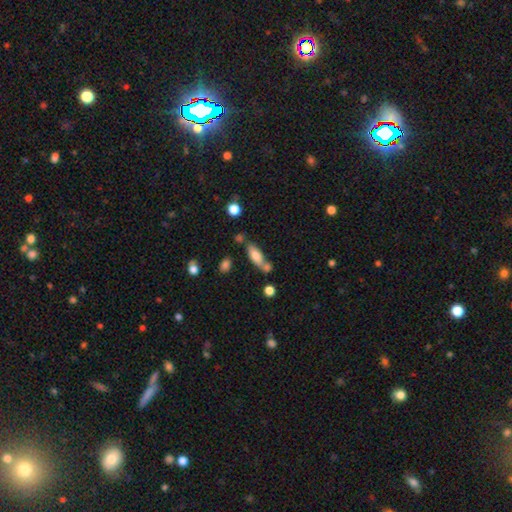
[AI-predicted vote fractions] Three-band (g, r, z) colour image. It shows a smooth galaxy with no disk features (75%) that is in between round and cigar-shaped (71%). Merging: none (50%).